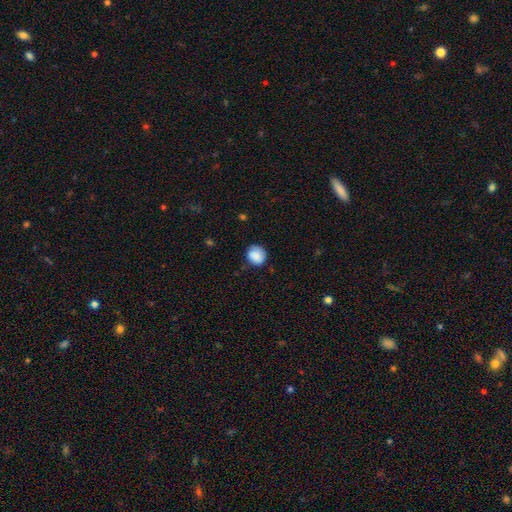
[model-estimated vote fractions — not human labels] Morphology: type=smooth (82%); roundness=round (83%); merging=none (73%).